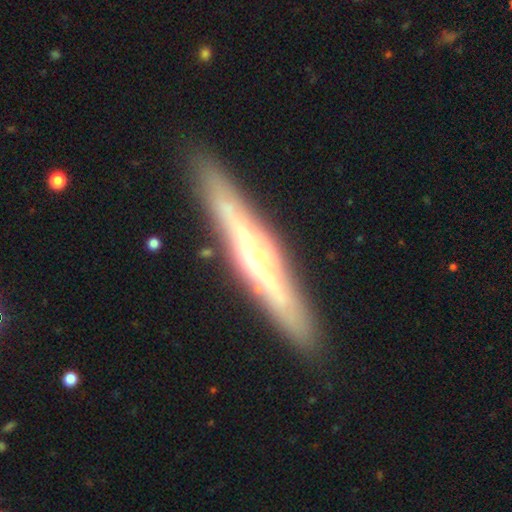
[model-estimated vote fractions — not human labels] Overall: featured or disk (77%). Edge-on disk: yes (92%). Edge-on bulge: rounded (82%). Merging: none (89%).